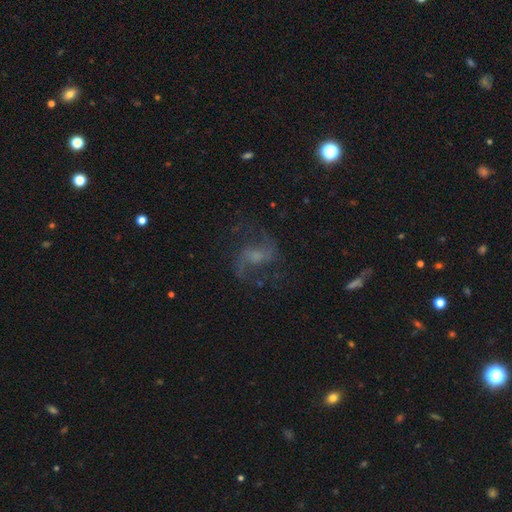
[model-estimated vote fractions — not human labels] Smooth or featured: featured or disk — 80% (star or artifact — 11%)
Edge-on disk: no — 97% (yes — 3%)
Bar: weak — 49% (no — 38%)
Spiral arms: yes — 94% (no — 6%)
Spiral winding: loose — 56% (medium — 38%)
Spiral arm count: 2 — 88% (can't tell — 4%)
Bulge size: small — 42% (moderate — 27%)
Merging: none — 69% (minor disturbance — 15%)